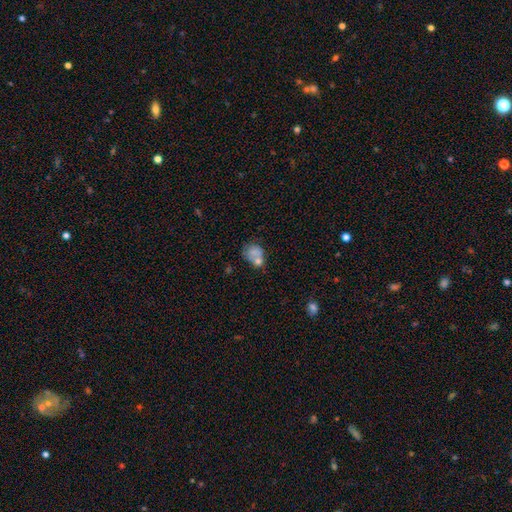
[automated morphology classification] This appears to be a smooth galaxy with no disk features (67%) that is round (57%). Merging: merger (42%).